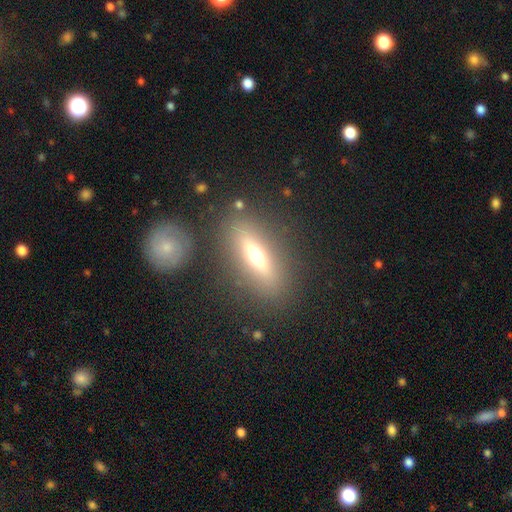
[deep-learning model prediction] smooth-or-featured: featured or disk: 47% | smooth: 44% | star or artifact: 9%
  merging: none: 83% | minor disturbance: 9% | major disturbance: 4% | merger: 4%